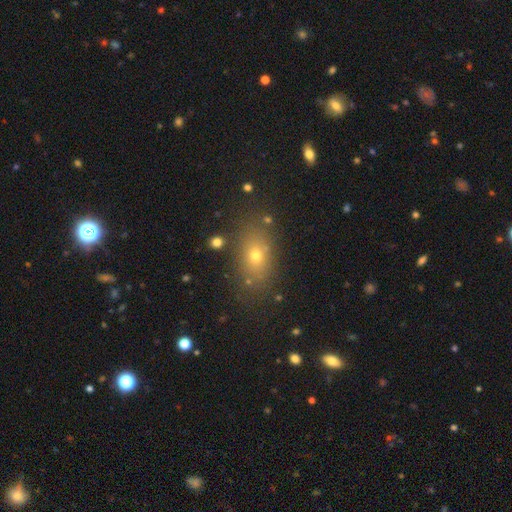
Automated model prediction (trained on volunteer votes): Smooth or featured?
  - smooth: 67% *
  - star or artifact: 18%
  - featured or disk: 15%
How rounded?
  - in between: 74% *
  - round: 22%
  - cigar-shaped: 4%
Merging?
  - none: 82% *
  - minor disturbance: 11%
  - major disturbance: 5%
  - merger: 3%